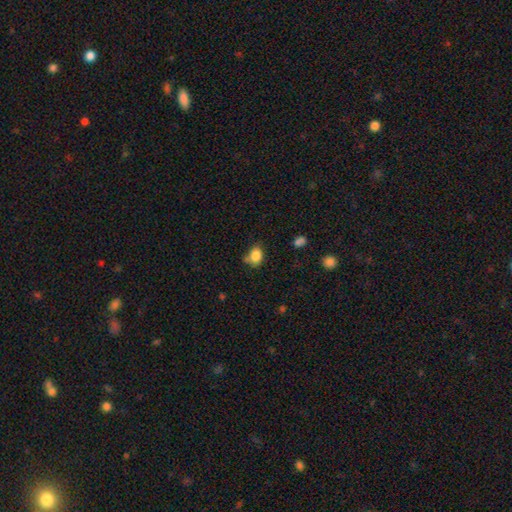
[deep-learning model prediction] Q: Smooth or featured?
A: smooth (84%); runner-up: star or artifact (10%)
Q: How rounded?
A: in between (60%); runner-up: round (39%)
Q: Merging?
A: none (61%); runner-up: minor disturbance (22%)